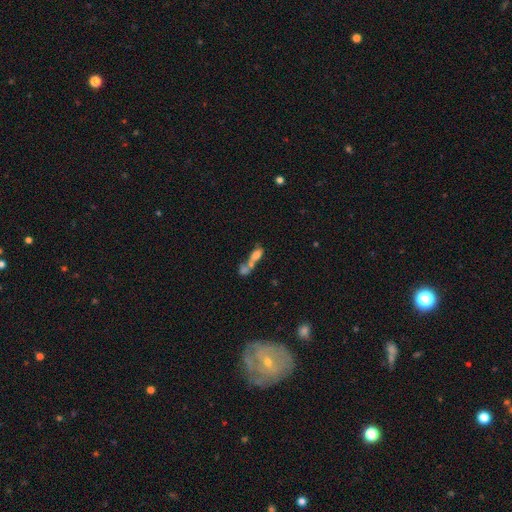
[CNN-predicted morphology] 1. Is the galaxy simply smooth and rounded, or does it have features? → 66% smooth, 23% featured or disk, 12% star or artifact.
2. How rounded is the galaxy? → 71% in between, 20% cigar-shaped, 9% round.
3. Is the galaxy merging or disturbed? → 67% merger, 17% none, 9% major disturbance, 8% minor disturbance.